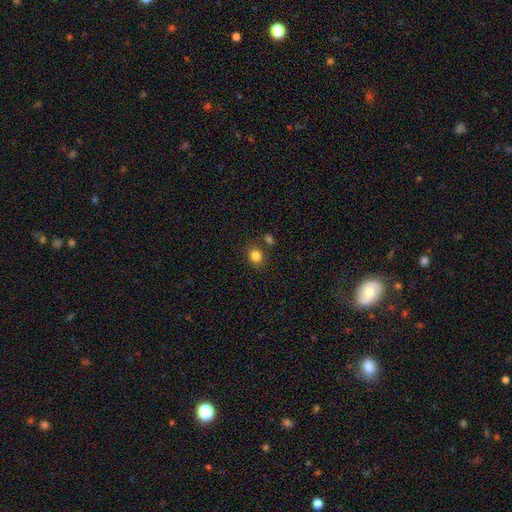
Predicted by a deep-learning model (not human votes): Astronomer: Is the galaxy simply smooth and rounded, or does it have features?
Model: smooth — 83%.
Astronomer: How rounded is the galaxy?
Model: round — 65%.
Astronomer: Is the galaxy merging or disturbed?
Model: none — 77%.